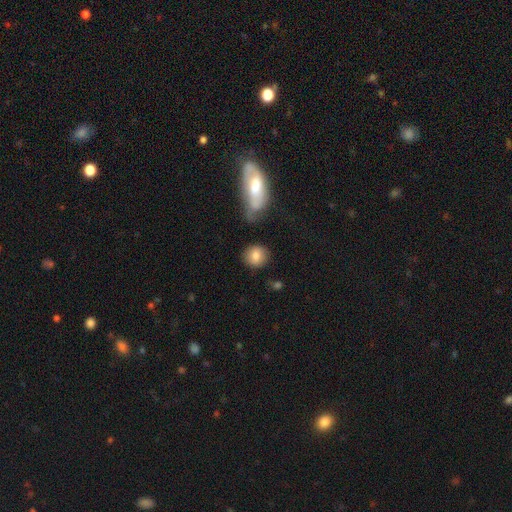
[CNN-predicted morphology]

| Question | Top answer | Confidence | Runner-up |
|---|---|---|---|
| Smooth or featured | smooth | 82% | featured or disk (9%) |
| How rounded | round | 80% | in between (19%) |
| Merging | none | 79% | minor disturbance (11%) |